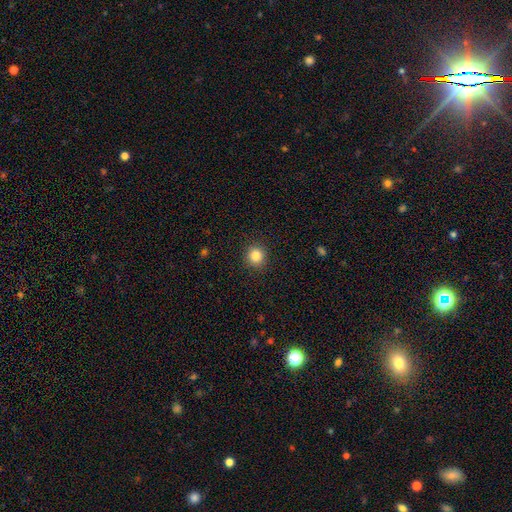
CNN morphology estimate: smooth_or_featured: smooth (p=0.84) [alt: star or artifact p=0.11]
how_rounded: round (p=0.92) [alt: in between p=0.07]
merging: none (p=0.92) [alt: minor disturbance p=0.05]